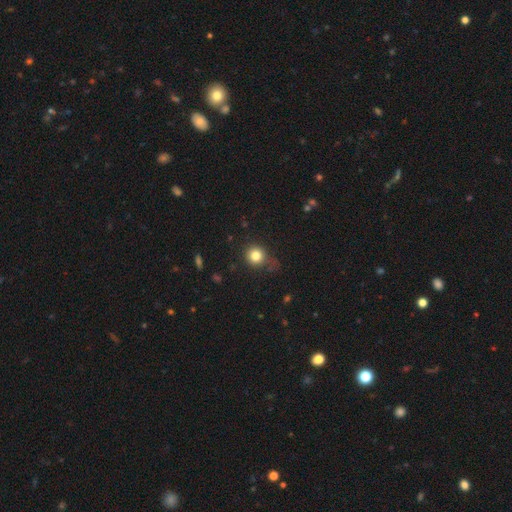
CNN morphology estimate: smooth-or-featured: smooth: 81% | star or artifact: 12% | featured or disk: 7%
  how-rounded: round: 89% | in between: 10% | cigar-shaped: 1%
  merging: none: 68% | minor disturbance: 20% | major disturbance: 9% | merger: 3%